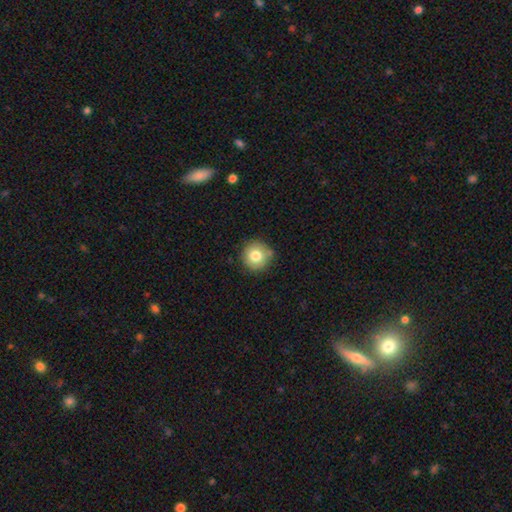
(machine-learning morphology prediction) A smooth galaxy with no disk features (79%) that is round (94%).

Vote fractions:
- Smooth or featured? smooth: 79% / featured or disk: 12% / star or artifact: 10%
- How rounded? round: 94% / in between: 5% / cigar-shaped: 1%
- Merging? none: 81% / minor disturbance: 13% / merger: 3% / major disturbance: 3%